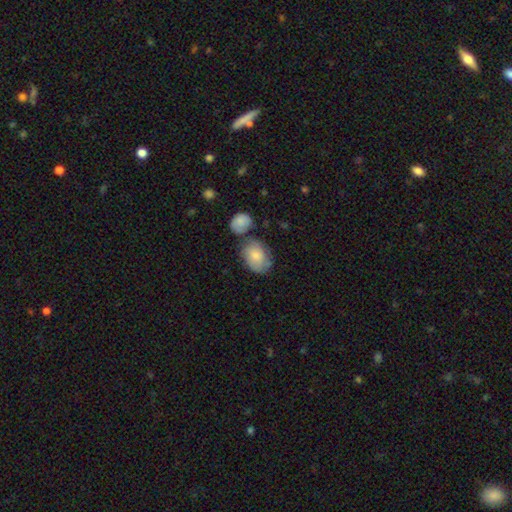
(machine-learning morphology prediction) This is likely a smooth galaxy (75%). How rounded: likely in between (71%). Merging: possibly none (52%).